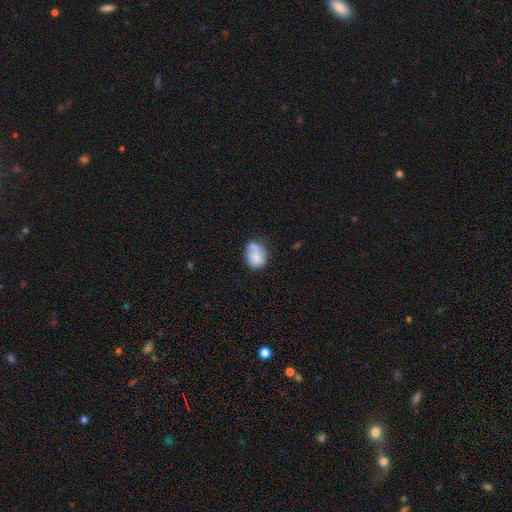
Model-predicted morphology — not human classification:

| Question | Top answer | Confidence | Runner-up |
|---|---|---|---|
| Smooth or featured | smooth | 69% | featured or disk (23%) |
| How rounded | in between | 58% | round (41%) |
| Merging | none | 39% | minor disturbance (25%) |